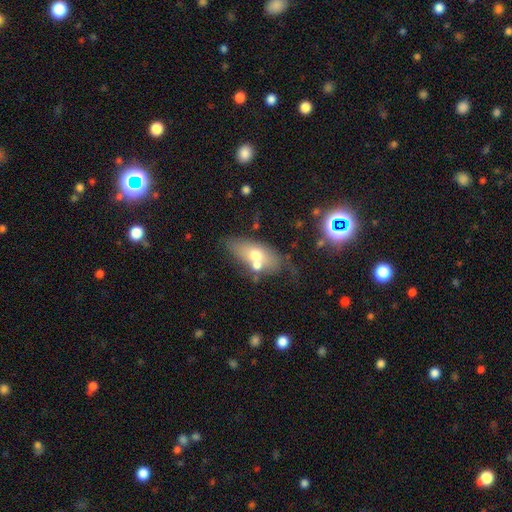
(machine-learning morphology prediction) smooth-or-featured: smooth: 59% | featured or disk: 32% | star or artifact: 9%
  how-rounded: in between: 82% | cigar-shaped: 9% | round: 9%
  merging: none: 42% | merger: 31% | minor disturbance: 17% | major disturbance: 10%